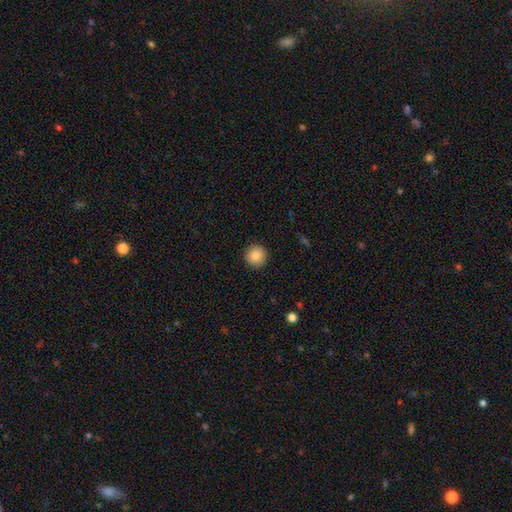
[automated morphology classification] The model was most divided on "smooth or featured": smooth: 85%, star or artifact: 8%, featured or disk: 7%. More confident: how rounded — round (96%); merging — none (93%).